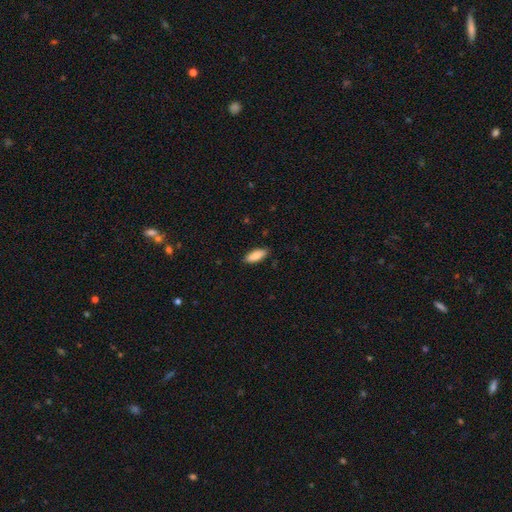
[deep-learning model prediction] Smooth or featured? Predicted: smooth (p=0.86). How rounded? Predicted: in between (p=0.71). Merging? Predicted: none (p=0.88).